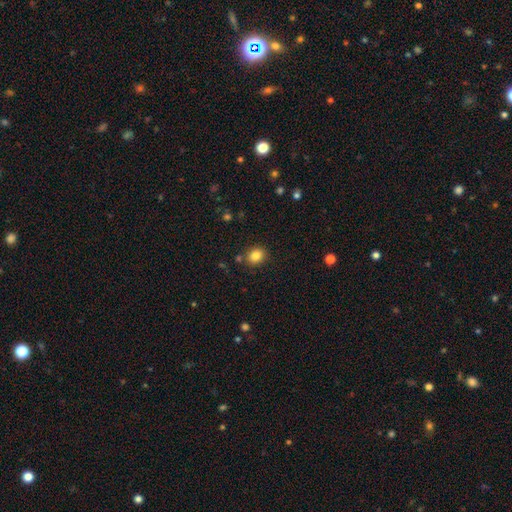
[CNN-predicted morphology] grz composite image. It shows a smooth galaxy with no disk features (83%) that is round (63%). Merging: none (84%).